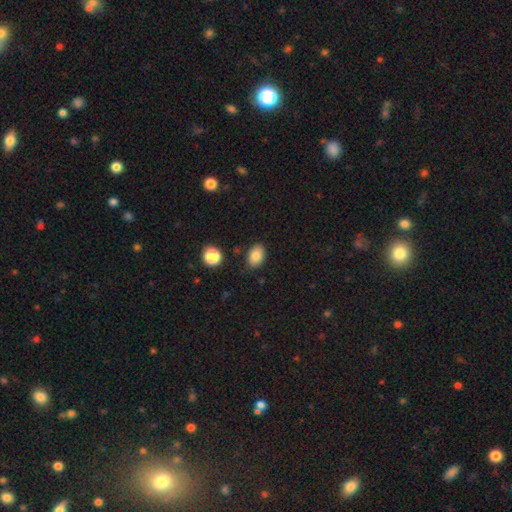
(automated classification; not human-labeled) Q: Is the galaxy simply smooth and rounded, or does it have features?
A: smooth — 83%.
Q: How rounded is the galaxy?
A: in between — 81%.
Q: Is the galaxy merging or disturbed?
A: none — 82%.